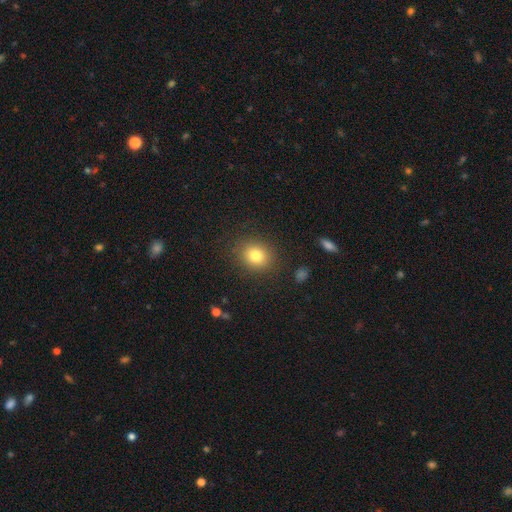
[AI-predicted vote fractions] This appears to be a smooth galaxy with no disk features (80%) that is round (73%). Merging: none (87%).